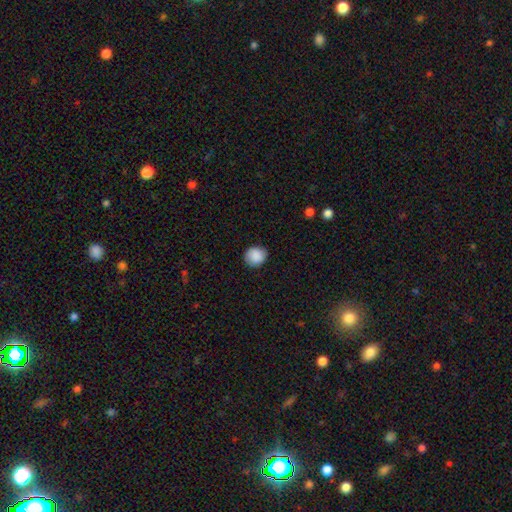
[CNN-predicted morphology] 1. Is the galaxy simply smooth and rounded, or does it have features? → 88% smooth, 8% star or artifact, 4% featured or disk.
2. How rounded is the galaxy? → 82% round, 17% in between, 1% cigar-shaped.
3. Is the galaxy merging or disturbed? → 86% none, 11% minor disturbance, 2% major disturbance, 1% merger.